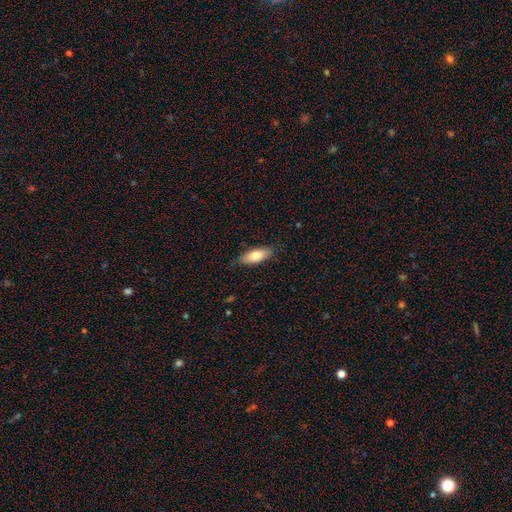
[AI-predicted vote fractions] Morphology: type=smooth (76%); roundness=in between (77%); merging=none (84%).